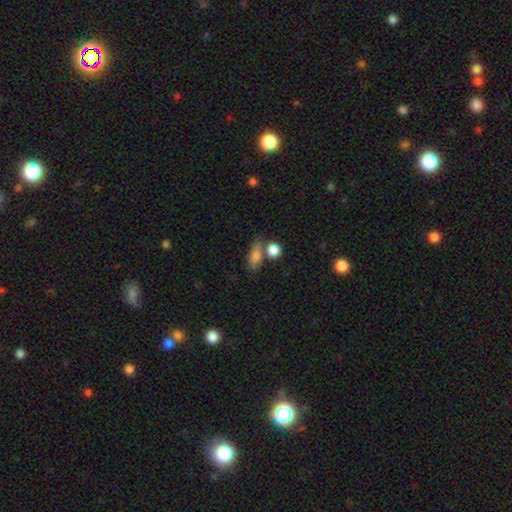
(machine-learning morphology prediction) Overall: smooth (79%). How rounded: in between (63%). Merging: none (53%; merger 24%).